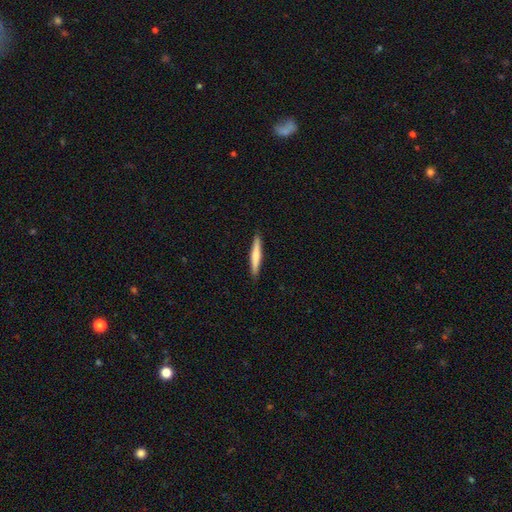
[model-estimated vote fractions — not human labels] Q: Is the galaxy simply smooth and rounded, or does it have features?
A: smooth — 66%.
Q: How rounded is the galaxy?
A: cigar-shaped — 94%.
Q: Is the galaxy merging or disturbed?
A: none — 91%.